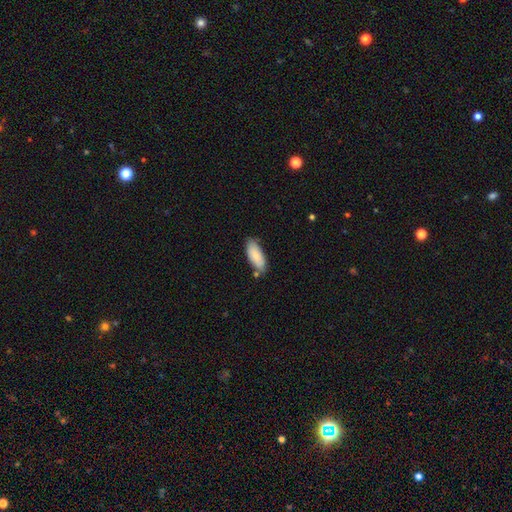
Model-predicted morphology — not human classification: Smooth or featured: smooth — 84% (featured or disk — 10%)
How rounded: in between — 82% (cigar-shaped — 16%)
Merging: none — 73% (minor disturbance — 19%)